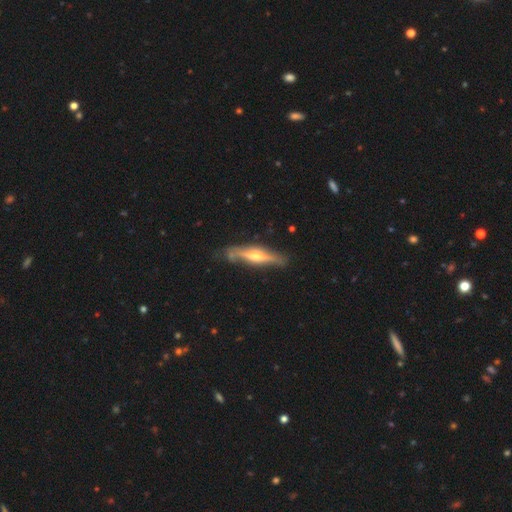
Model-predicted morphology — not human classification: smooth_or_featured: featured or disk (p=0.68) [alt: smooth p=0.27]
disk_edge_on: yes (p=0.89) [alt: no p=0.11]
edge_on_bulge: rounded (p=0.77) [alt: boxy p=0.13]
merging: none (p=0.71) [alt: minor disturbance p=0.21]